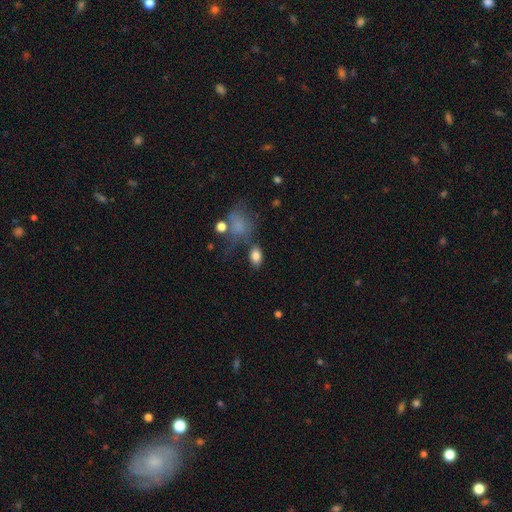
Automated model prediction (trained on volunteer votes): Smooth or featured?
  - smooth: 82% *
  - star or artifact: 9%
  - featured or disk: 9%
How rounded?
  - in between: 86% *
  - round: 12%
  - cigar-shaped: 2%
Merging?
  - none: 65% *
  - minor disturbance: 16%
  - merger: 11%
  - major disturbance: 8%